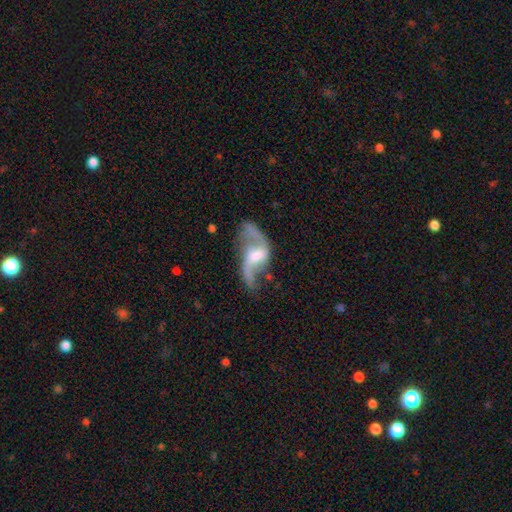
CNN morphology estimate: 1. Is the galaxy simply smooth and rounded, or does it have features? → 86% featured or disk, 9% smooth, 6% star or artifact.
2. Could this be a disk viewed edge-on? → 96% no, 4% yes.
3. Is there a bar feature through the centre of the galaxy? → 51% weak, 28% no, 22% strong.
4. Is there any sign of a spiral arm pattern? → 93% yes, 7% no.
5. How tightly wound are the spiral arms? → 82% loose, 15% medium, 3% tight.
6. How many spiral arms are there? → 91% 2, 4% 1, 2% can't tell, 1% 3, 1% 4, 1% more than 4.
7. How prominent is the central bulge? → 47% moderate, 33% small, 10% large, 9% none, 2% dominant.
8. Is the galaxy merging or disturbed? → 58% none, 20% minor disturbance, 18% major disturbance, 5% merger.